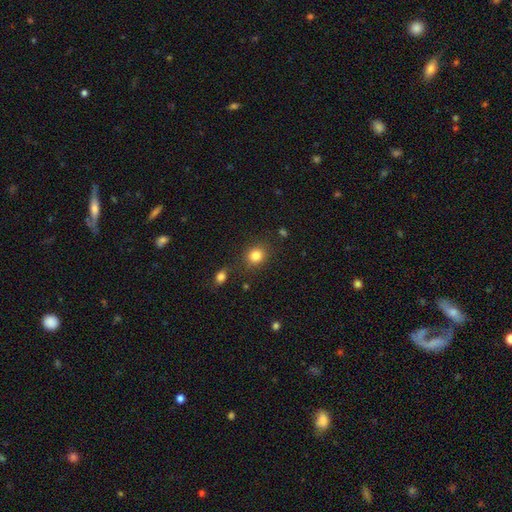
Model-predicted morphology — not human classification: Smooth or featured?
  - smooth: 83% *
  - star or artifact: 11%
  - featured or disk: 6%
How rounded?
  - round: 74% *
  - in between: 25%
  - cigar-shaped: 1%
Merging?
  - none: 82% *
  - minor disturbance: 10%
  - merger: 4%
  - major disturbance: 4%